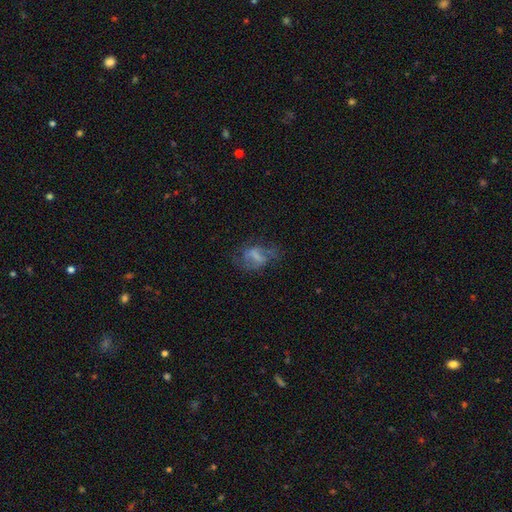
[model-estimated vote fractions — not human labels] This appears to be a featured or disk galaxy (45%). Merging: none (43%).